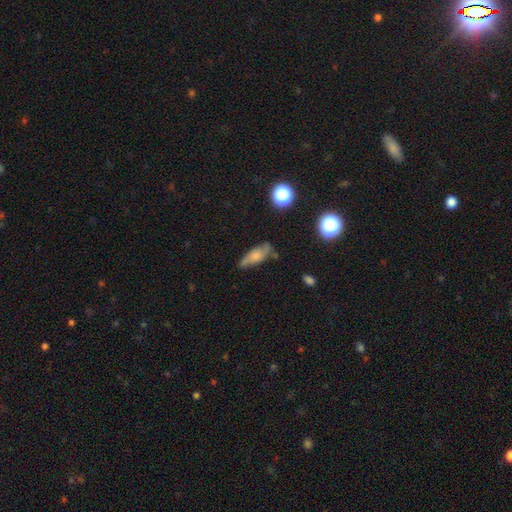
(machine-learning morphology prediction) smooth 55%, featured or disk 35%, star or artifact 10%. Down the decision tree: how rounded — in between (60%); merging — none (62%).